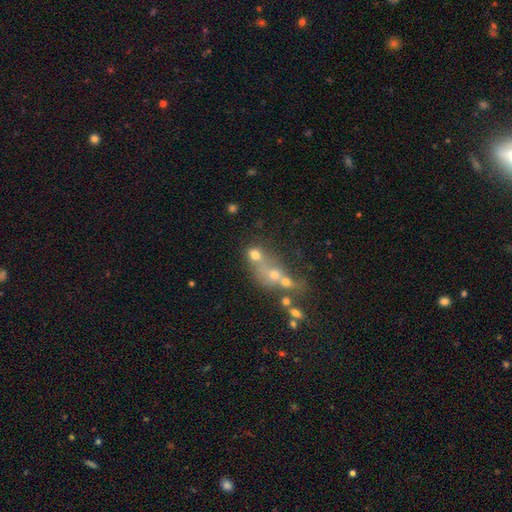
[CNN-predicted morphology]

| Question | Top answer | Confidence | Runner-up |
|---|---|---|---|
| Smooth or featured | smooth | 49% | featured or disk (28%) |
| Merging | merger | 60% | none (25%) |